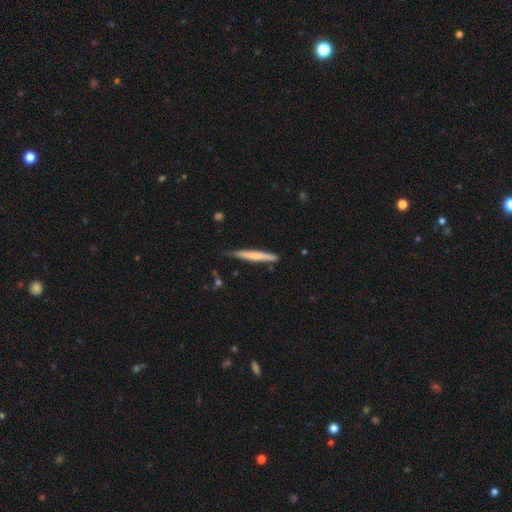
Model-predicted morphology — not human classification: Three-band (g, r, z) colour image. It shows a smooth galaxy with no disk features (57%) that is cigar-shaped (96%). Merging: none (78%).